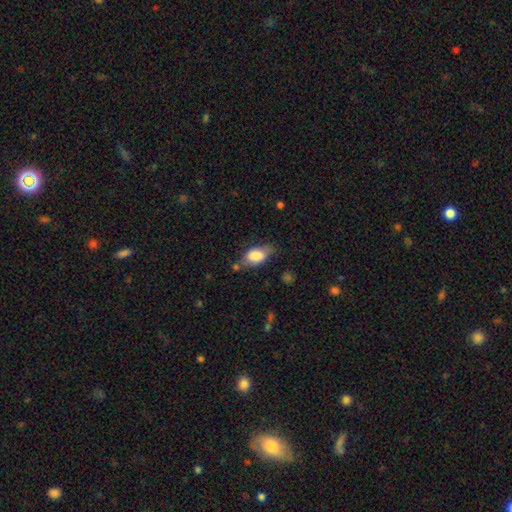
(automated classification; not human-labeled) Morphology: type=smooth (77%); roundness=in between (89%); merging=none (56%).